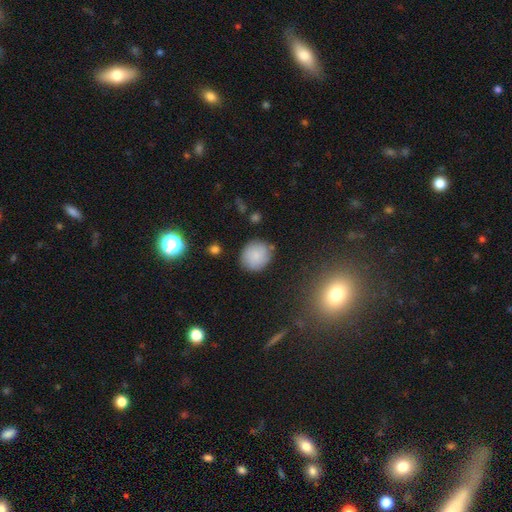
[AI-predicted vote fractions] smooth-or-featured: smooth: 82% | featured or disk: 9% | star or artifact: 9%
  how-rounded: round: 84% | in between: 15% | cigar-shaped: 1%
  merging: none: 80% | minor disturbance: 13% | major disturbance: 3% | merger: 3%